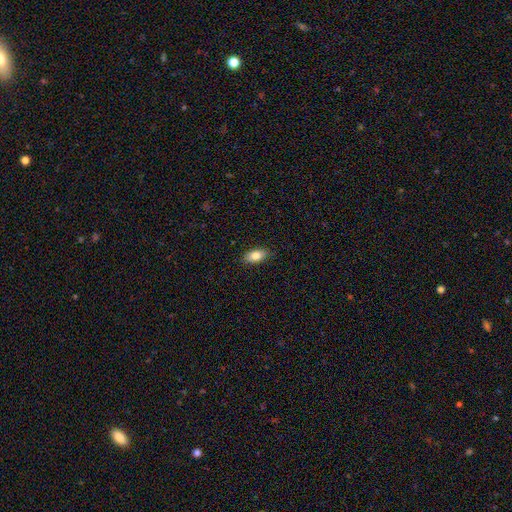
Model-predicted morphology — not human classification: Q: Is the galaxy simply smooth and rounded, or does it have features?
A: smooth — 83%.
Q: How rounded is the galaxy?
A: in between — 91%.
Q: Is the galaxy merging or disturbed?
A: none — 88%.